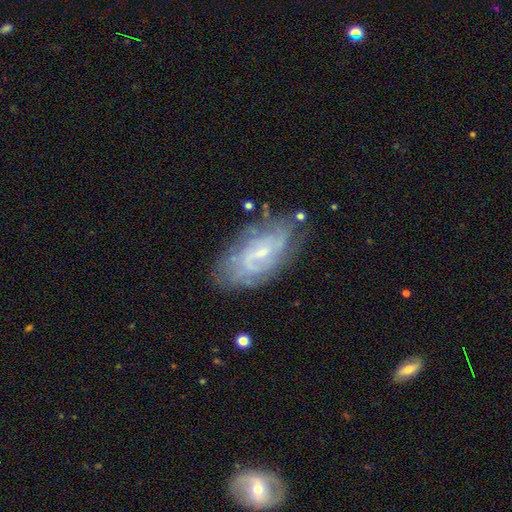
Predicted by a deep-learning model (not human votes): A featured or disk galaxy (75%) with no bar (45%), tight (56%) spiral arms (88%) and a small central bulge (70%).

Vote fractions:
- Smooth or featured? featured or disk: 75% / smooth: 16% / star or artifact: 9%
- Edge-on disk? no: 94% / yes: 6%
- Bar? no: 45% / weak: 44% / strong: 11%
- Spiral arms? yes: 88% / no: 12%
- Spiral winding? tight: 56% / medium: 33% / loose: 11%
- Spiral arm count? can't tell: 47% / 2: 23% / 3: 12% / 4: 9% / more than 4: 5% / 1: 5%
- Bulge size? small: 70% / moderate: 20% / none: 7% / large: 1% / dominant: 1%
- Merging? none: 72% / minor disturbance: 18% / major disturbance: 7% / merger: 2%